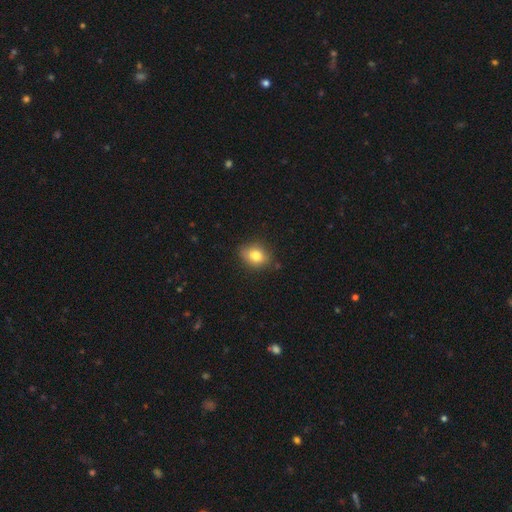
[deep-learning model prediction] Smooth or featured? Predicted: smooth (p=0.80). How rounded? Predicted: in between (p=0.55). Merging? Predicted: none (p=0.77).